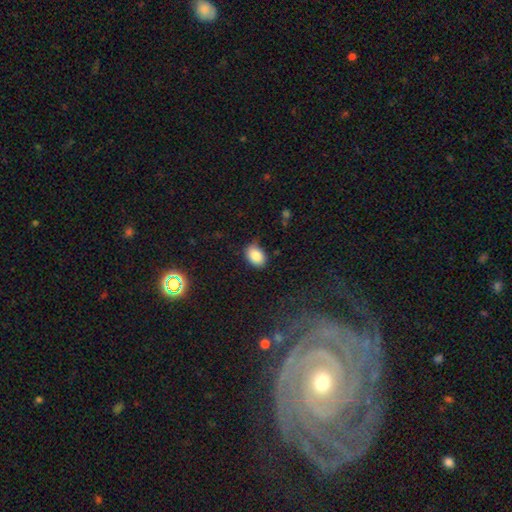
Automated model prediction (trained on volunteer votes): smooth 86%, star or artifact 9%, featured or disk 6%. Down the decision tree: how rounded — in between (80%); merging — none (76%).